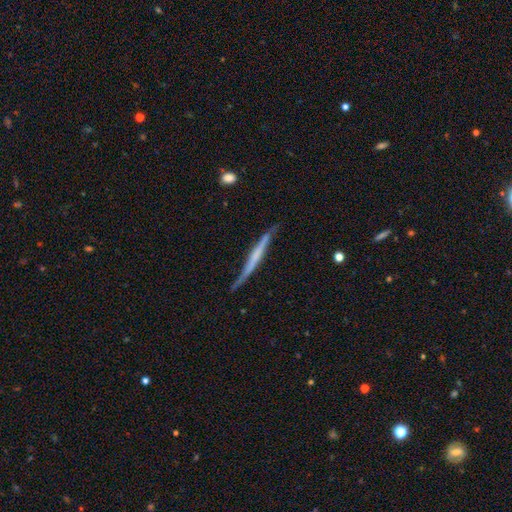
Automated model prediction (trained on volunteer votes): This is likely a featured or disk galaxy (63%). It is clearly viewed edge-on (93%). Edge-on bulge: likely none (67%). Merging: likely none (71%).